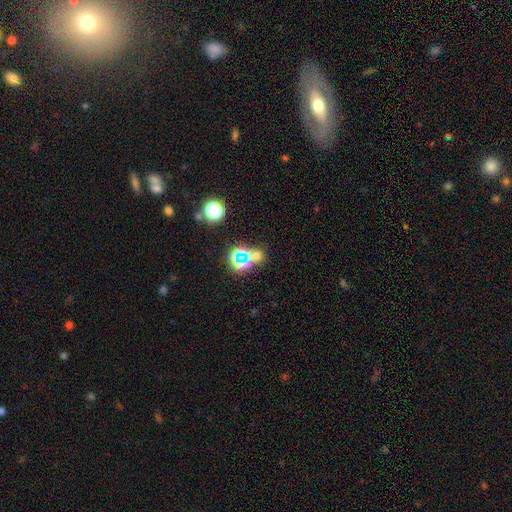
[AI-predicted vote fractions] Smooth or featured? star or artifact (50%)